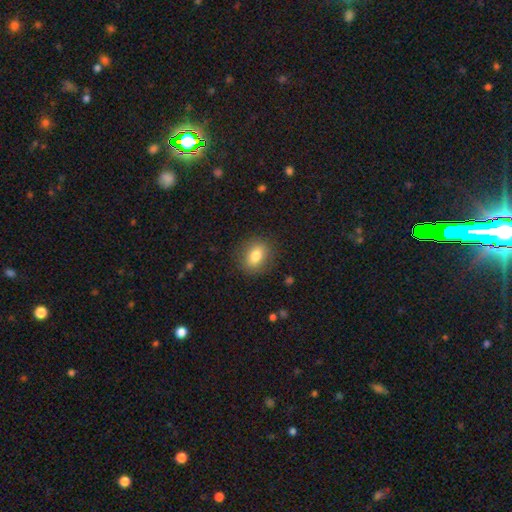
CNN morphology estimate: Smooth or featured?
  - smooth: 76% *
  - featured or disk: 15%
  - star or artifact: 9%
How rounded?
  - in between: 57% *
  - round: 41%
  - cigar-shaped: 2%
Merging?
  - none: 85% *
  - minor disturbance: 10%
  - major disturbance: 3%
  - merger: 1%